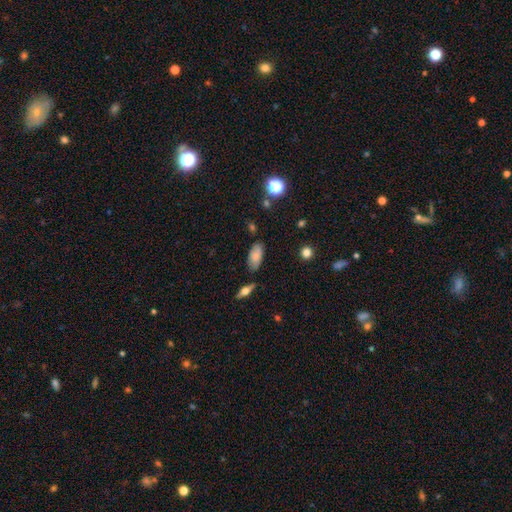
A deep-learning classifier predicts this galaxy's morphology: This appears to be a smooth galaxy with no disk features (77%) that is in between round and cigar-shaped (91%). Merging: none (74%).